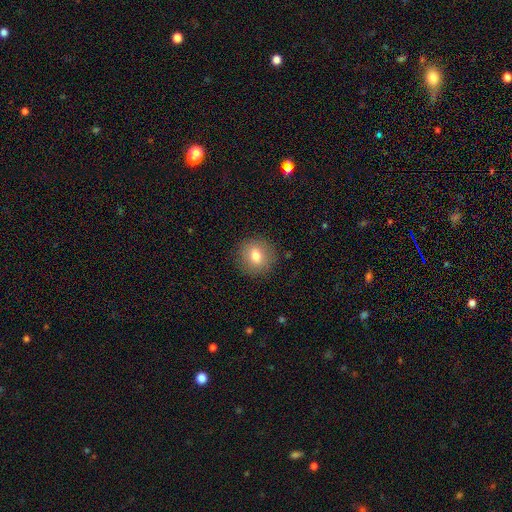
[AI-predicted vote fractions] smooth-or-featured: smooth: 76% | featured or disk: 14% | star or artifact: 10%
  how-rounded: round: 89% | in between: 10% | cigar-shaped: 1%
  merging: none: 89% | minor disturbance: 8% | major disturbance: 3% | merger: 1%